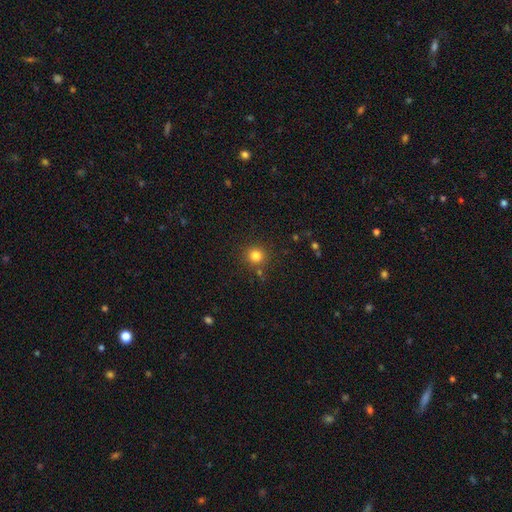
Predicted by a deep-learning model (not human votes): smooth 81%, star or artifact 14%, featured or disk 5%. Down the decision tree: how rounded — round (92%); merging — none (84%).